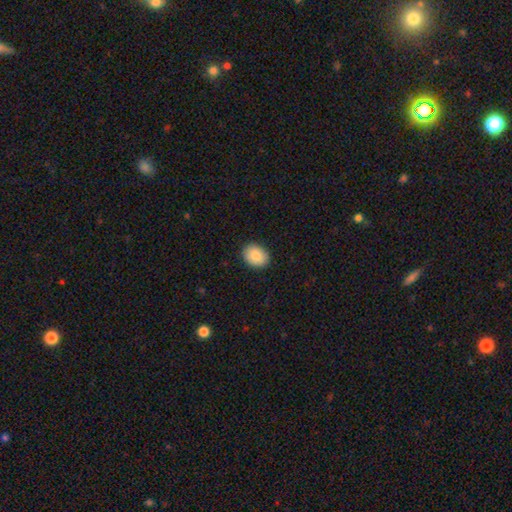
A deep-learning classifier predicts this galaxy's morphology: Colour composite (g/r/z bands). It shows a smooth galaxy with no disk features (87%) that is in between round and cigar-shaped (65%). Merging: none (90%).